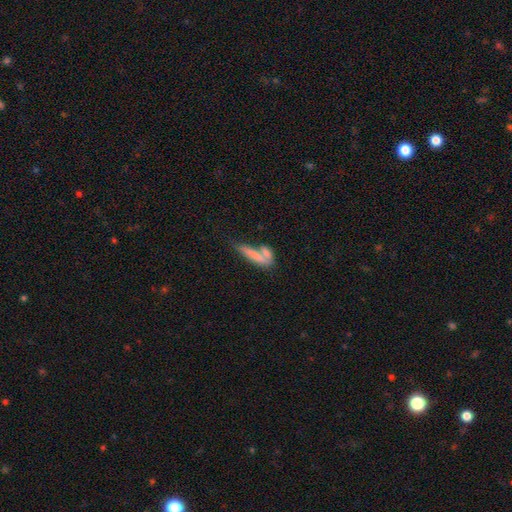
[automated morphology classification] Smooth or featured: smooth — 69% (featured or disk — 22%)
How rounded: cigar-shaped — 73% (in between — 23%)
Merging: merger — 42% (none — 38%)